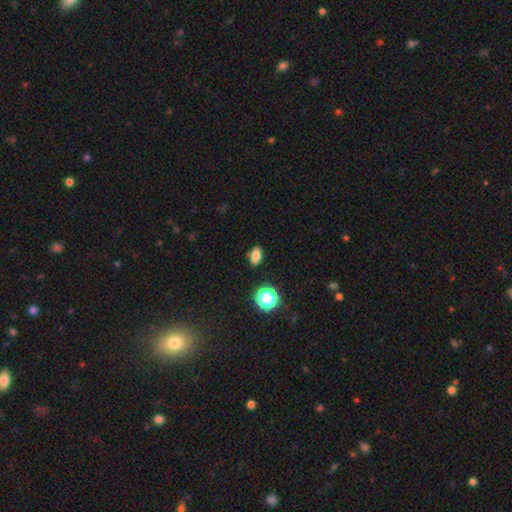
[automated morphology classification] Smooth or featured? smooth (80%)
How rounded? in between (81%)
Merging? none (87%)